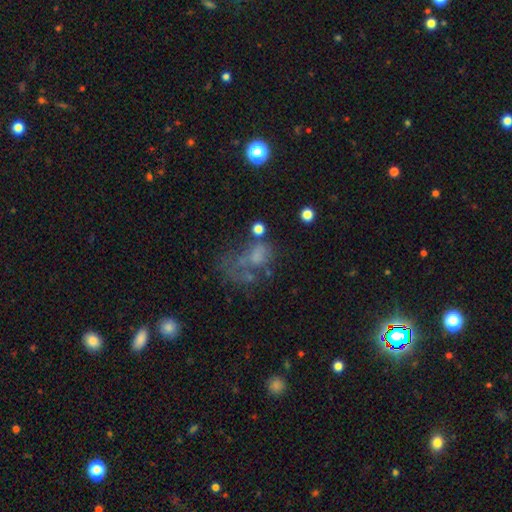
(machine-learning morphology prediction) A smooth galaxy with no disk features (44%). Merging: major disturbance (42%).